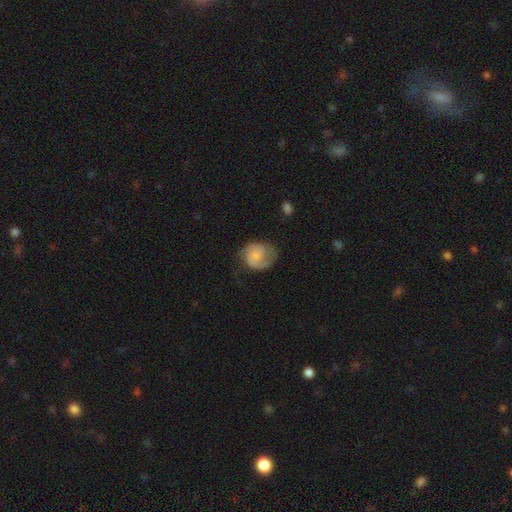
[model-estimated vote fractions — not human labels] featured or disk 54%, smooth 39%, star or artifact 7%. Down the decision tree: edge-on disk — no (98%); bar — no (70%); spiral arms — yes (89%); bulge size — small (43%); merging — none (56%).